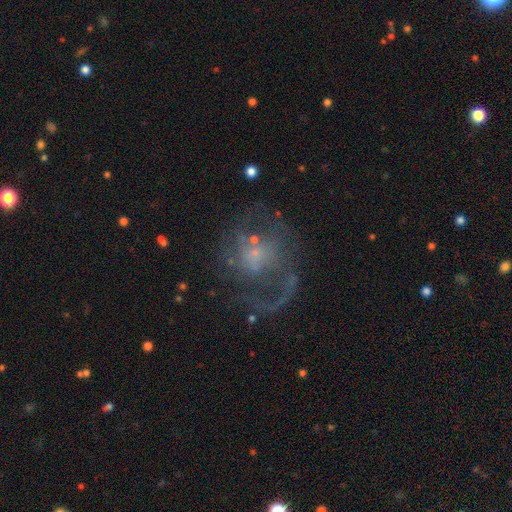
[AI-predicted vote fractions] This is likely a featured or disk galaxy (73%). It is clearly not viewed edge-on (98%). Bar: likely no (71%). Spiral arm pattern: likely yes (79%). Spiral arm count: marginally 2 (41%). Spiral winding: marginally loose (43%). Central bulge: likely small (66%). Merging: possibly none (50%).